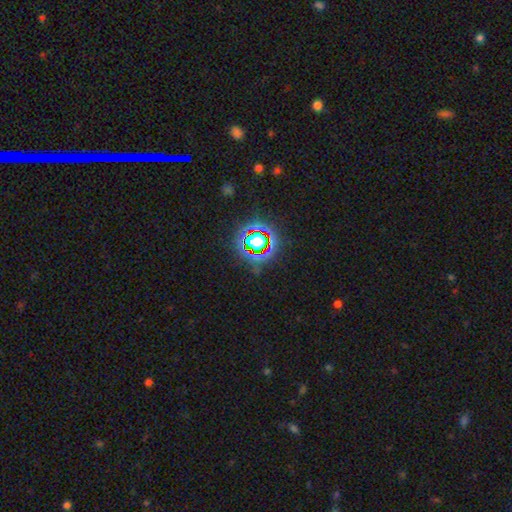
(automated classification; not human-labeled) Smooth or featured: star or artifact — 79% (smooth — 12%)